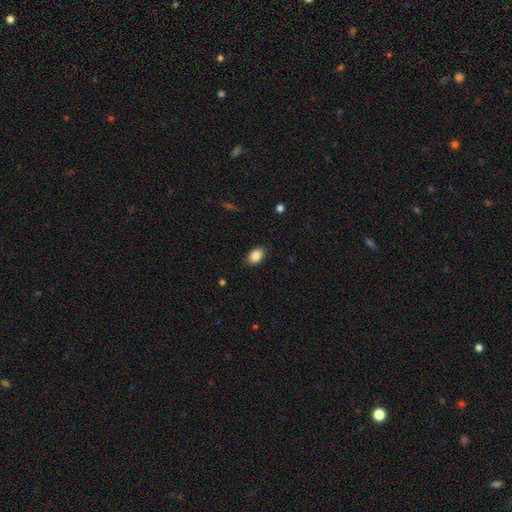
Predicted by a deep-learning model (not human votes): Smooth or featured? smooth (87%)
How rounded? in between (82%)
Merging? none (86%)